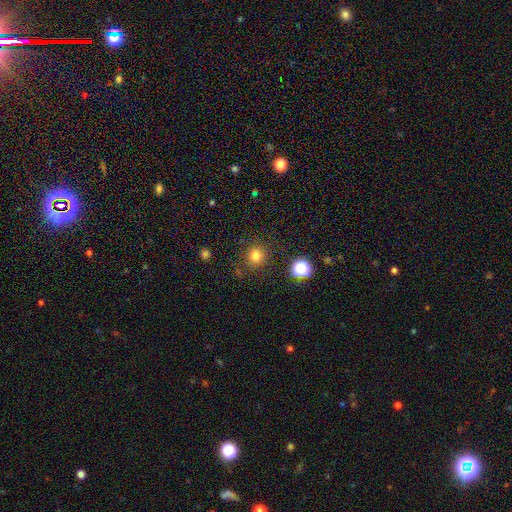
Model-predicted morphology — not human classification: Smooth or featured?
  - smooth: 78% *
  - star or artifact: 16%
  - featured or disk: 6%
How rounded?
  - round: 91% *
  - in between: 8%
  - cigar-shaped: 1%
Merging?
  - none: 85% *
  - minor disturbance: 9%
  - major disturbance: 4%
  - merger: 3%